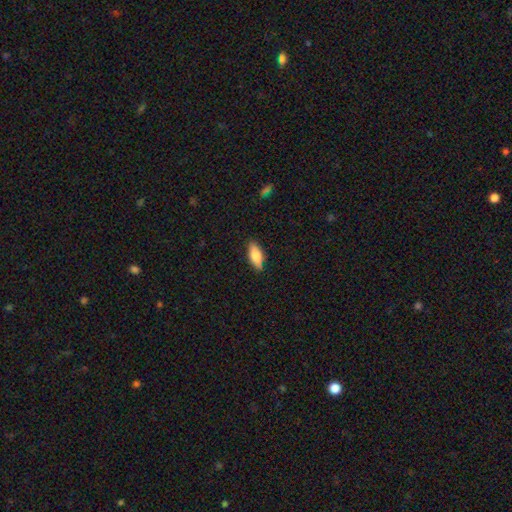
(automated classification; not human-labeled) This is likely a smooth galaxy (76%). How rounded: likely in between (73%). Merging: clearly none (86%).